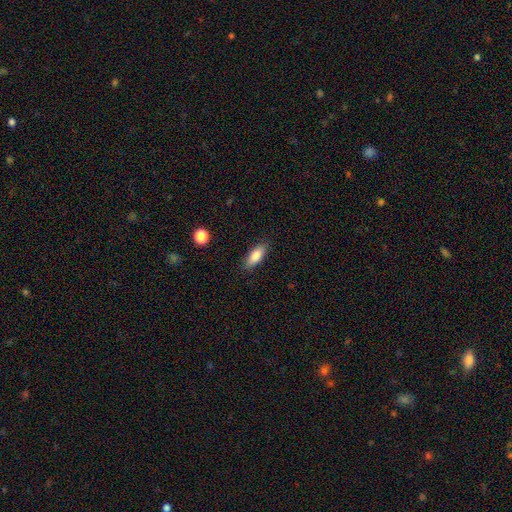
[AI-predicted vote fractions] Smooth or featured? smooth (82%)
How rounded? in between (74%)
Merging? none (87%)